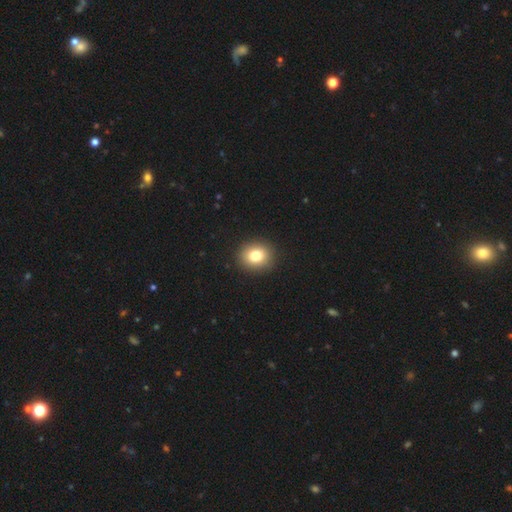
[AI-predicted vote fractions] A smooth galaxy with no disk features (80%) that is round (71%).

Vote fractions:
- Smooth or featured? smooth: 80% / star or artifact: 11% / featured or disk: 9%
- How rounded? round: 71% / in between: 28% / cigar-shaped: 1%
- Merging? none: 91% / minor disturbance: 6% / major disturbance: 2% / merger: 1%